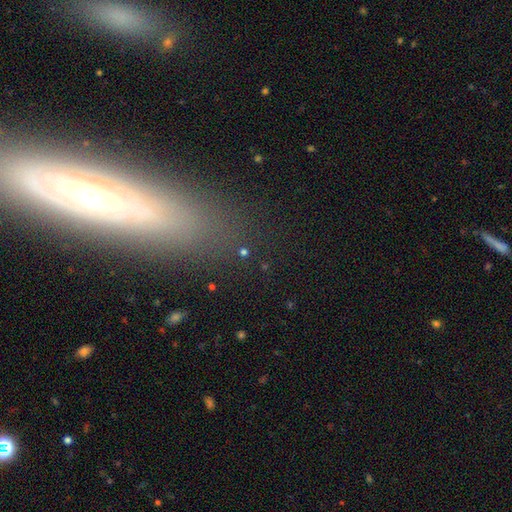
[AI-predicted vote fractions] smooth_or_featured: featured or disk (p=0.62) [alt: smooth p=0.23]
disk_edge_on: yes (p=0.52) [alt: no p=0.48]
merging: none (p=0.79) [alt: minor disturbance p=0.12]